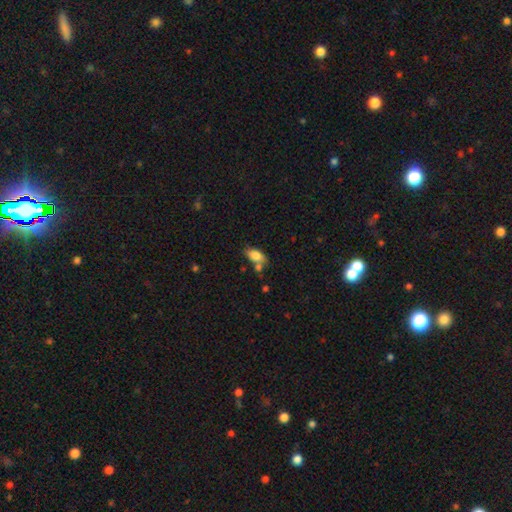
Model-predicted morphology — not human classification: Overall: smooth (80%). How rounded: in between (89%). Merging: none (58%; merger 20%).